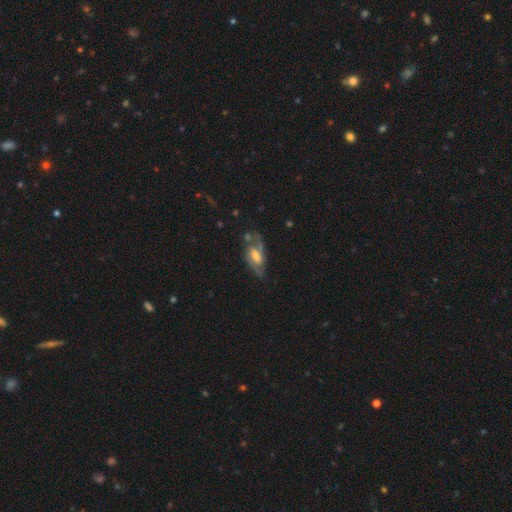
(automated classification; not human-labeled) This is likely a featured or disk galaxy (73%). It is clearly not viewed edge-on (92%). Bar: possibly weak (50%). Spiral arm pattern: clearly yes (88%). Spiral arm count: likely 2 (77%). Spiral winding: possibly medium (47%). Central bulge: possibly moderate (54%). Merging: possibly none (59%).